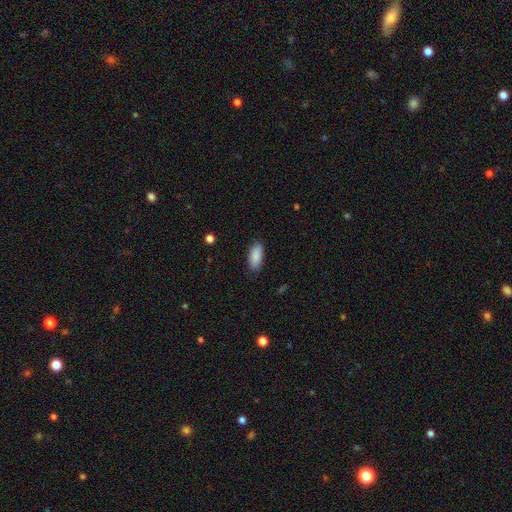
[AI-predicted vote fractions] Q: Smooth or featured?
A: smooth (89%); runner-up: star or artifact (6%)
Q: How rounded?
A: in between (88%); runner-up: cigar-shaped (10%)
Q: Merging?
A: none (86%); runner-up: minor disturbance (11%)